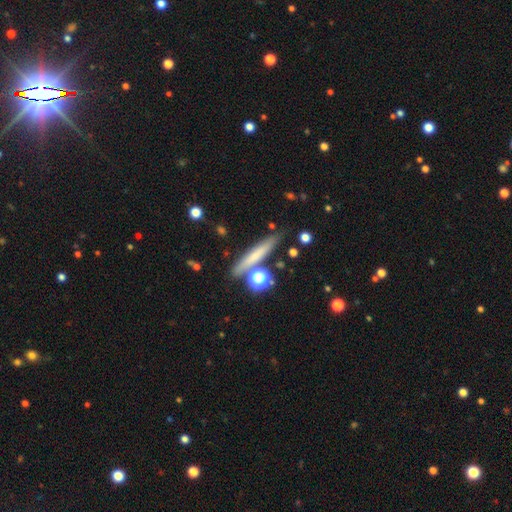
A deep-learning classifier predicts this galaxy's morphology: This is likely a smooth galaxy (61%). How rounded: clearly cigar-shaped (86%). Merging: likely none (76%).